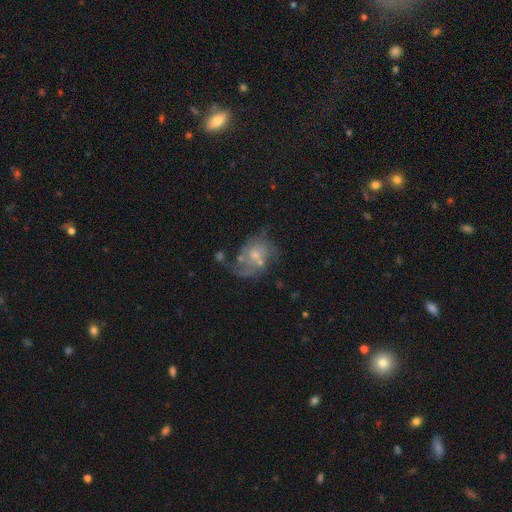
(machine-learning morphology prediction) Smooth or featured?
  - featured or disk: 70% *
  - smooth: 21%
  - star or artifact: 9%
Edge-on disk?
  - no: 98% *
  - yes: 2%
Bar?
  - no: 71% *
  - weak: 25%
  - strong: 3%
Spiral arms?
  - yes: 81% *
  - no: 19%
Spiral winding?
  - loose: 41% *
  - medium: 40%
  - tight: 19%
Spiral arm count?
  - 2: 42% *
  - can't tell: 22%
  - 1: 19%
  - 3: 9%
  - 4: 4%
  - more than 4: 4%
Bulge size?
  - small: 49% *
  - moderate: 40%
  - none: 6%
  - large: 3%
  - dominant: 1%
Merging?
  - none: 38% *
  - major disturbance: 26%
  - minor disturbance: 20%
  - merger: 17%